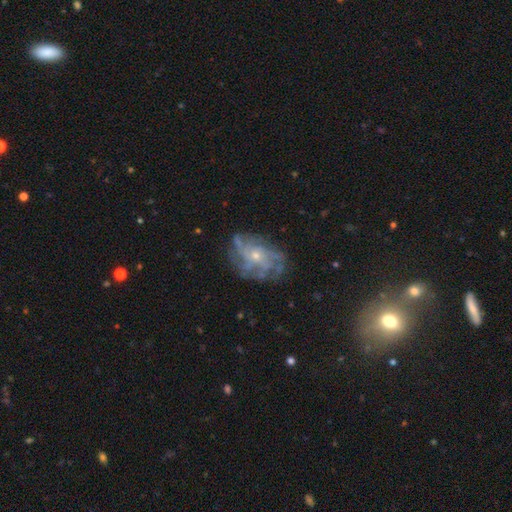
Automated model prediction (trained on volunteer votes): This is likely a featured or disk galaxy (78%). It is clearly not viewed edge-on (96%). Bar: likely no (78%). Spiral arm pattern: clearly yes (88%). Spiral arm count: marginally can't tell (36%). Spiral winding: marginally tight (44%). Central bulge: likely small (69%). Merging: likely none (72%).